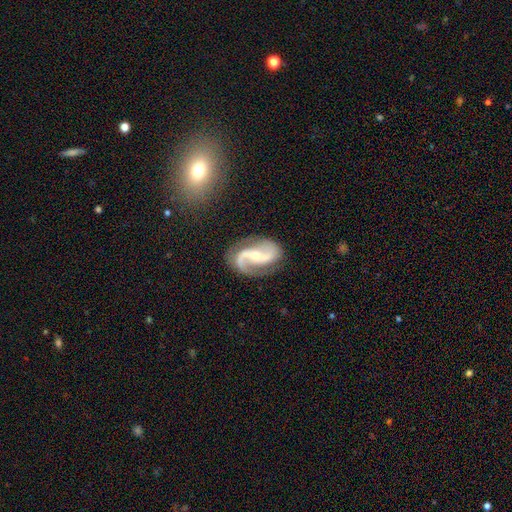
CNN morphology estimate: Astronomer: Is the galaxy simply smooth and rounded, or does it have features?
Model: featured or disk — 91%.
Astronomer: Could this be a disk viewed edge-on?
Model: no — 98%.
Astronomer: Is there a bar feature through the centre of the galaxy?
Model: no — 37%, tied with weak at 37%.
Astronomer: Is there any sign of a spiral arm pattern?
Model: yes — 98%.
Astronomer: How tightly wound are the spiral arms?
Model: medium — 47% (runner-up: loose, 41%).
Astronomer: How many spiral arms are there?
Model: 2 — 93%.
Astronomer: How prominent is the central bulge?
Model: small — 51% (runner-up: moderate, 44%).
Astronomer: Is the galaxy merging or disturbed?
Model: none — 79%.